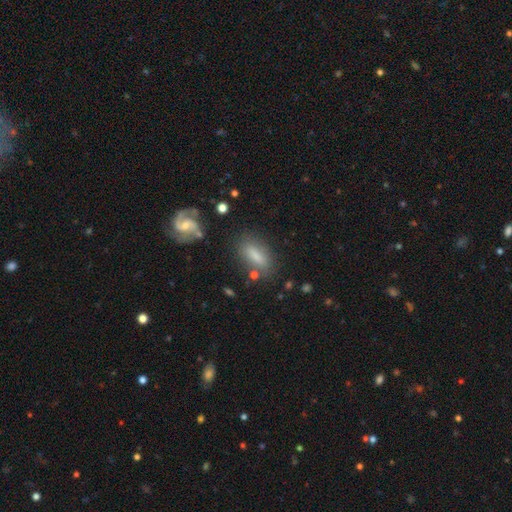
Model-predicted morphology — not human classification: Overall: smooth (71%). How rounded: in between (73%). Merging: none (72%).